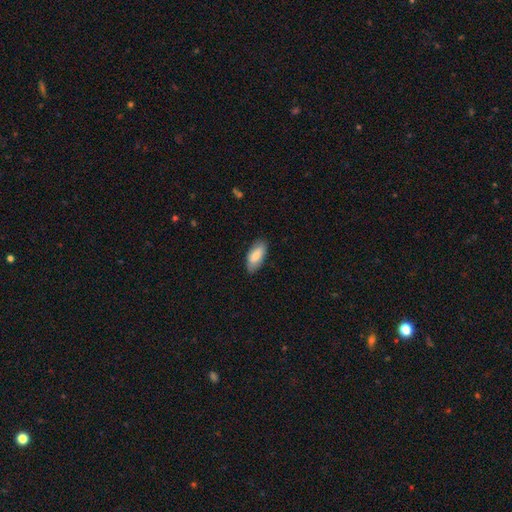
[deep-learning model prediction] smooth_or_featured: smooth (p=0.81) [alt: featured or disk p=0.13]
how_rounded: in between (p=0.90) [alt: cigar-shaped p=0.09]
merging: none (p=0.82) [alt: minor disturbance p=0.14]